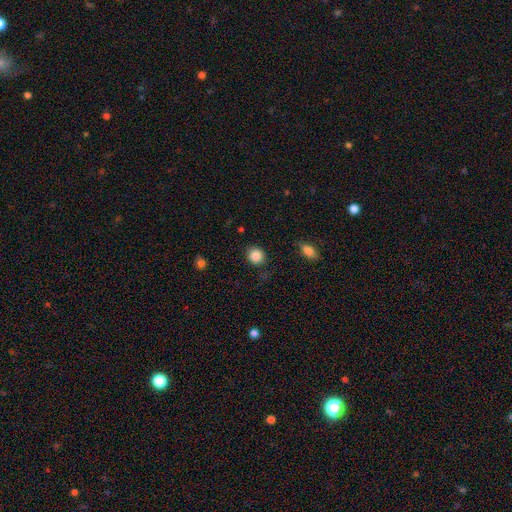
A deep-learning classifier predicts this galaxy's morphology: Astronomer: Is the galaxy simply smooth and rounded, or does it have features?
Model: smooth — 87%.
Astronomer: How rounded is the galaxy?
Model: round — 83%.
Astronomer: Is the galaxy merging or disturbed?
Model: none — 85%.